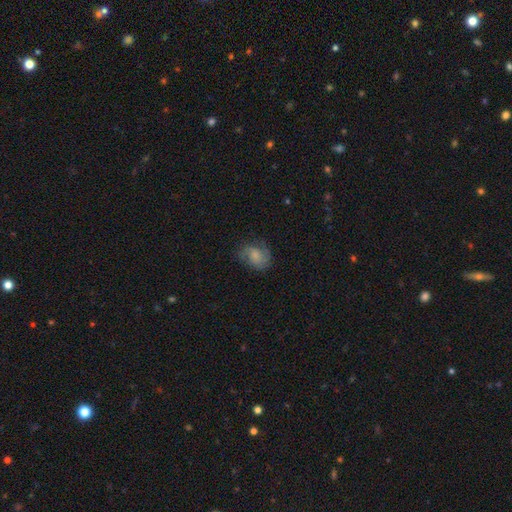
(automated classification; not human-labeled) Smooth or featured? smooth (49%)
Merging? none (60%)